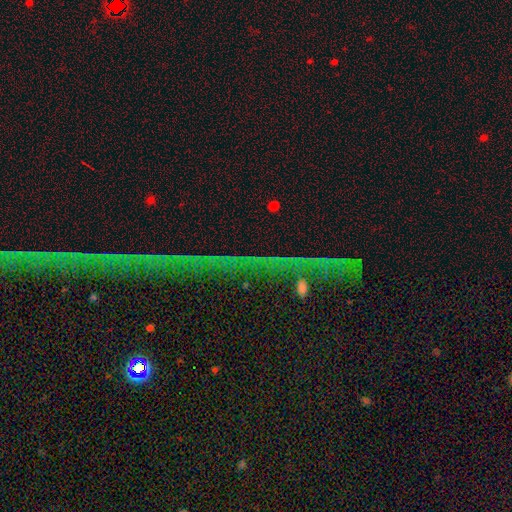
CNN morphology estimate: This appears to be a star or artifact, not a galaxy (73%).